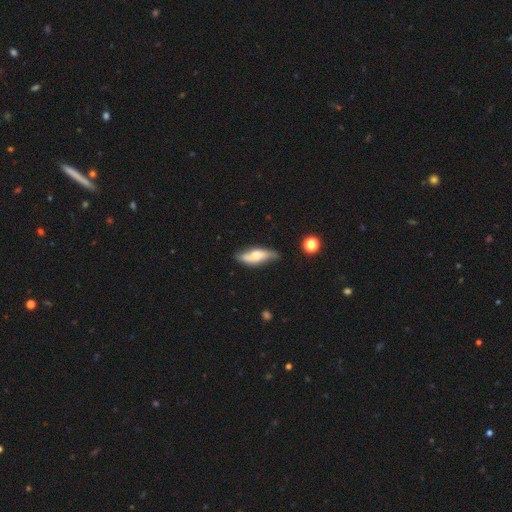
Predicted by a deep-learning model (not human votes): Smooth or featured? Predicted: smooth (p=0.50). How rounded? Predicted: in between (p=0.63). Merging? Predicted: none (p=0.68).